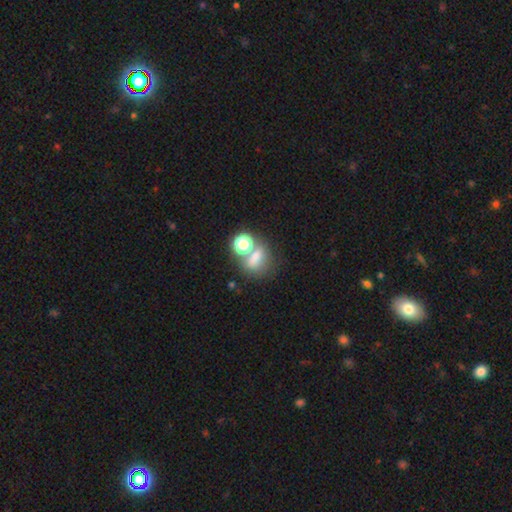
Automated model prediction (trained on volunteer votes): smooth 64%, star or artifact 21%, featured or disk 15%. Down the decision tree: how rounded — round (51%); merging — none (45%).